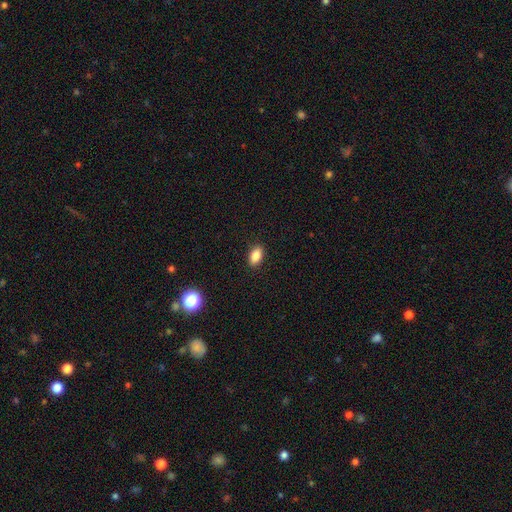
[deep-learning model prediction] A smooth galaxy with no disk features (85%) that is in between round and cigar-shaped (89%). Merging: none (89%).